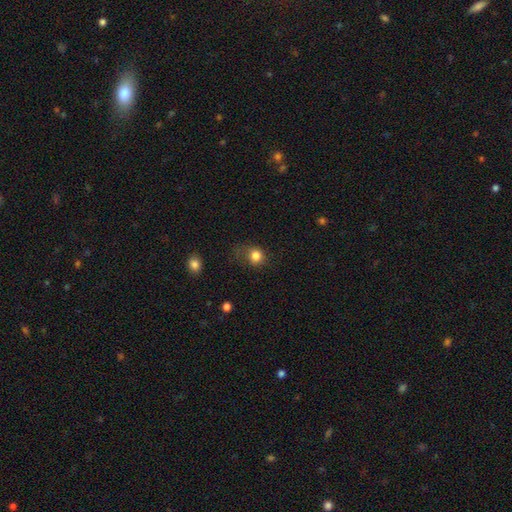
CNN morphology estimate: smooth_or_featured: smooth (p=0.82) [alt: star or artifact p=0.11]
how_rounded: round (p=0.76) [alt: in between p=0.23]
merging: none (p=0.53) [alt: minor disturbance p=0.27]